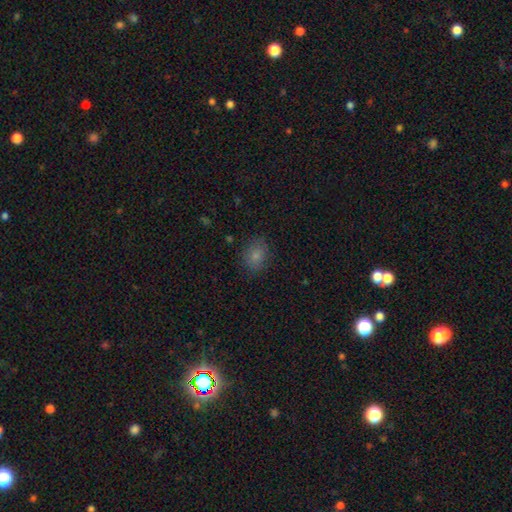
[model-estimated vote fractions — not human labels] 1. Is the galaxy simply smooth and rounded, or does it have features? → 81% smooth, 11% star or artifact, 8% featured or disk.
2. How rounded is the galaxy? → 53% round, 46% in between, 1% cigar-shaped.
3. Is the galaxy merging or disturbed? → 80% none, 15% minor disturbance, 4% major disturbance, 1% merger.